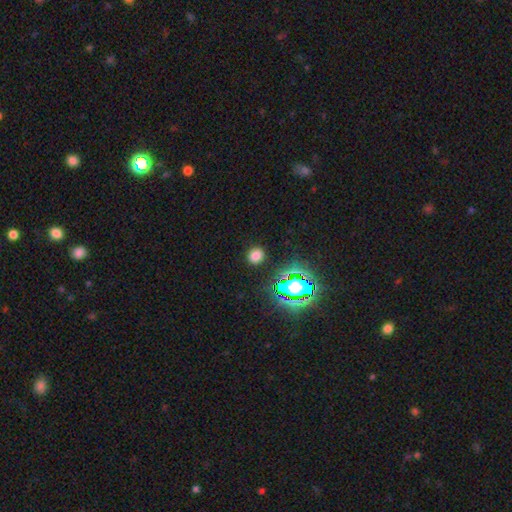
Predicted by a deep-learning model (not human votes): A smooth galaxy with no disk features (72%) that is round (73%).

Vote fractions:
- Smooth or featured? smooth: 72% / star or artifact: 22% / featured or disk: 6%
- How rounded? round: 73% / in between: 26% / cigar-shaped: 1%
- Merging? none: 88% / minor disturbance: 7% / major disturbance: 3% / merger: 2%